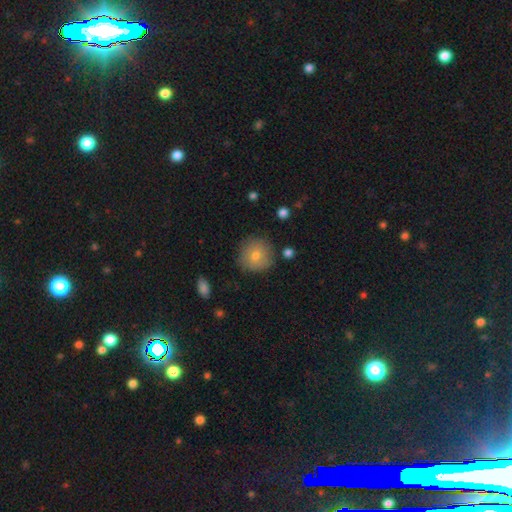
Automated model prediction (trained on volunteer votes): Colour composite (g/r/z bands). It shows a smooth galaxy with no disk features (74%) that is round (92%). Merging: none (83%).